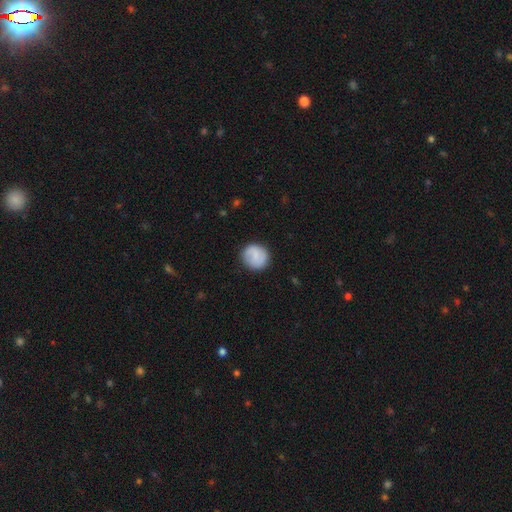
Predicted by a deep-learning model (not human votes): A smooth galaxy with no disk features (72%) that is round (90%). Merging: none (87%).